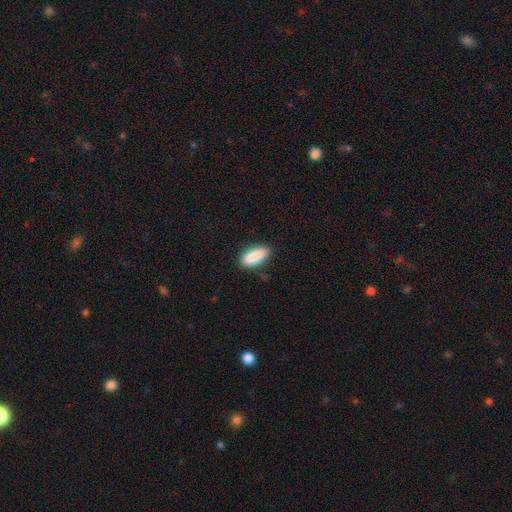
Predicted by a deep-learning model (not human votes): Morphology: type=smooth (87%); roundness=in between (80%); merging=none (80%).